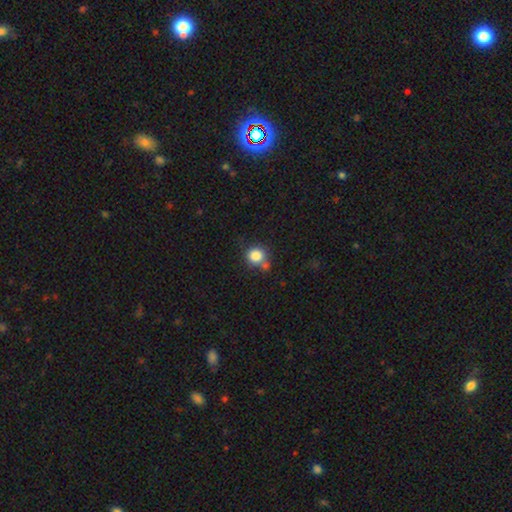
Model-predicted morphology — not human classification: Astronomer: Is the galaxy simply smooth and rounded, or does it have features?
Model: smooth — 84%.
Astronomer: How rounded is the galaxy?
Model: round — 86%.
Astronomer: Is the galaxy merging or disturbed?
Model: none — 61%.